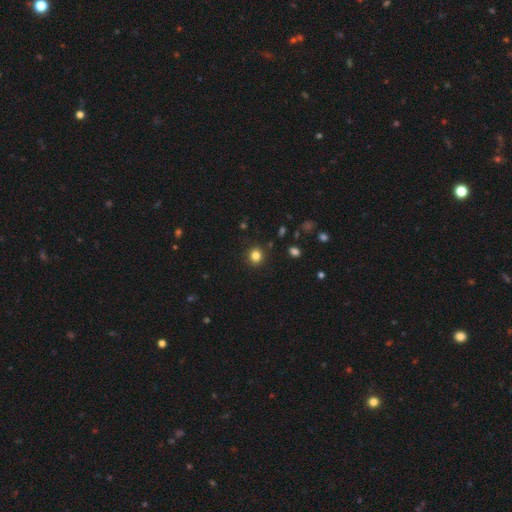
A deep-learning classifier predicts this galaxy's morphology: smooth 82%, star or artifact 13%, featured or disk 5%. Down the decision tree: how rounded — round (88%); merging — none (90%).